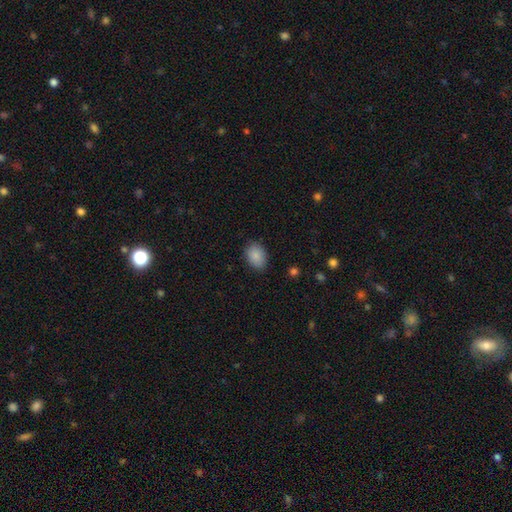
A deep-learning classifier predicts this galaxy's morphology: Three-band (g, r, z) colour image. It shows a smooth galaxy with no disk features (88%) that is in between round and cigar-shaped (80%). Merging: none (86%).